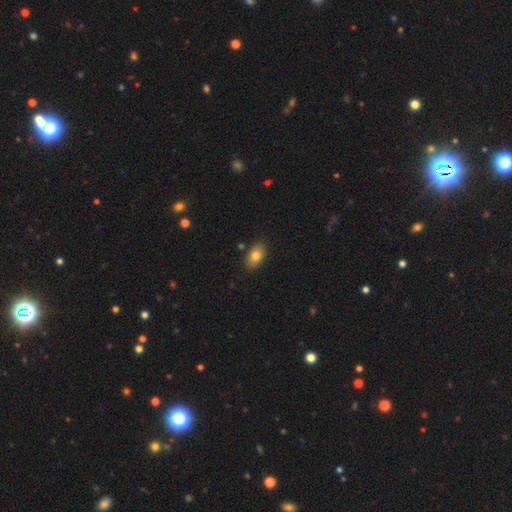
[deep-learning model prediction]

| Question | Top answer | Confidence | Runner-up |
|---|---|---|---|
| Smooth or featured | smooth | 78% | featured or disk (15%) |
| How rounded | in between | 90% | round (8%) |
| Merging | none | 85% | minor disturbance (11%) |